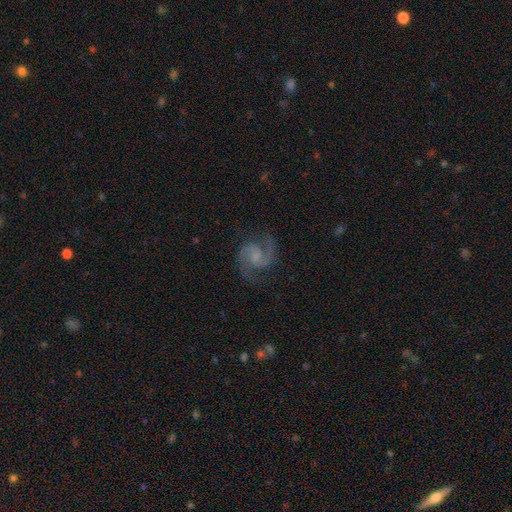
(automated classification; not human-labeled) A featured or disk galaxy (91%) with no bar (53%), 2 (94%) medium (64%) spiral arms (98%) and a small central bulge (41%).

Vote fractions:
- Smooth or featured? featured or disk: 91% / star or artifact: 5% / smooth: 4%
- Edge-on disk? no: 98% / yes: 2%
- Bar? no: 53% / weak: 39% / strong: 7%
- Spiral arms? yes: 98% / no: 2%
- Spiral winding? medium: 64% / tight: 19% / loose: 17%
- Spiral arm count? 2: 94% / 3: 2% / can't tell: 2% / 1: 1% / 4: 1% / more than 4: 1%
- Bulge size? small: 41% / none: 34% / moderate: 21% / large: 3% / dominant: 1%
- Merging? none: 80% / minor disturbance: 13% / major disturbance: 5% / merger: 1%